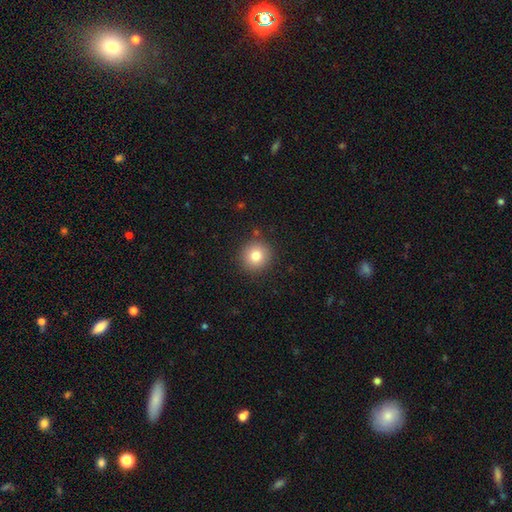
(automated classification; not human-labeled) Smooth or featured?
  - smooth: 82% *
  - star or artifact: 10%
  - featured or disk: 8%
How rounded?
  - round: 93% *
  - in between: 6%
  - cigar-shaped: 1%
Merging?
  - none: 88% *
  - minor disturbance: 7%
  - major disturbance: 2%
  - merger: 2%